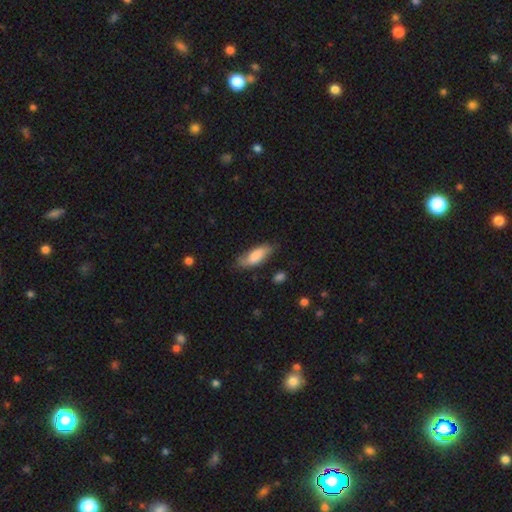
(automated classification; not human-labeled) smooth_or_featured: smooth (p=0.78) [alt: featured or disk p=0.16]
how_rounded: in between (p=0.74) [alt: cigar-shaped p=0.23]
merging: none (p=0.67) [alt: minor disturbance p=0.25]